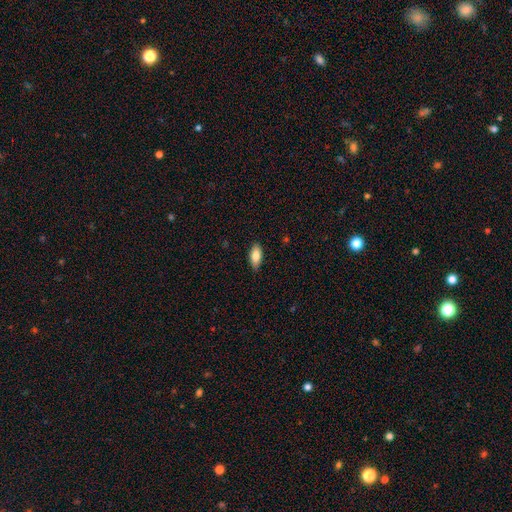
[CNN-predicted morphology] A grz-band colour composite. It shows a smooth galaxy with no disk features (85%) that is in between round and cigar-shaped (85%). Merging: none (86%).